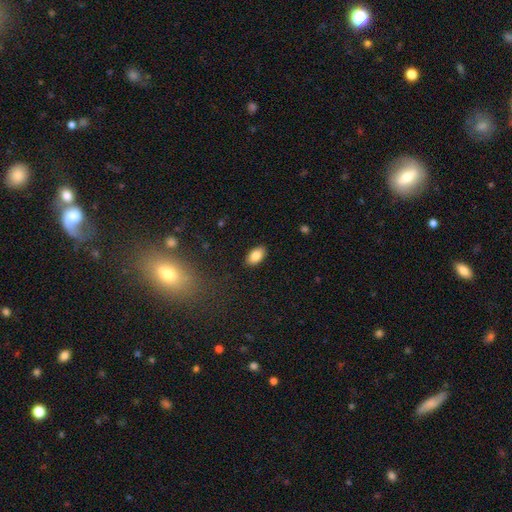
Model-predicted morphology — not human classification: Smooth or featured? smooth (85%)
How rounded? in between (93%)
Merging? none (88%)